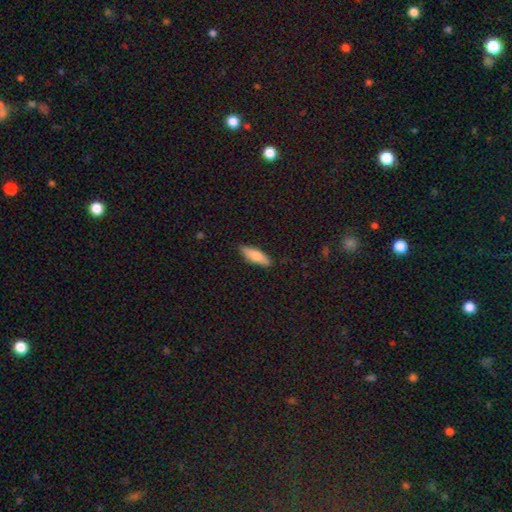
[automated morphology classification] A smooth galaxy with no disk features (74%) that is in between round and cigar-shaped (50%).

Vote fractions:
- Smooth or featured? smooth: 74% / featured or disk: 20% / star or artifact: 6%
- How rounded? in between: 50% / cigar-shaped: 48% / round: 2%
- Merging? none: 86% / minor disturbance: 11% / major disturbance: 2% / merger: 1%